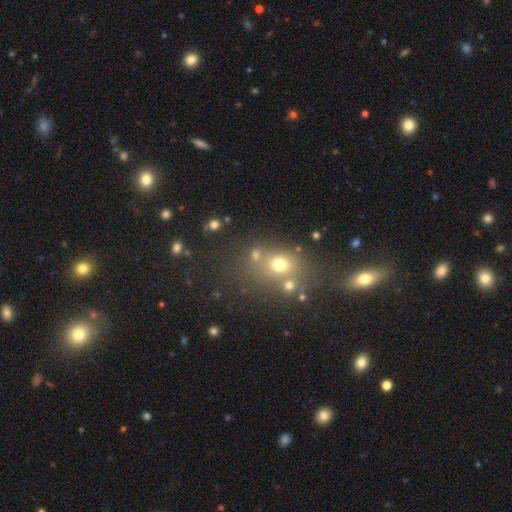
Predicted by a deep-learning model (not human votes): Smooth or featured? smooth (62%)
How rounded? round (60%)
Merging? none (61%)